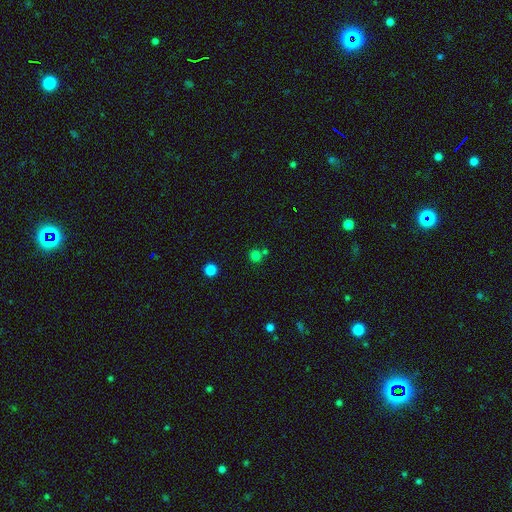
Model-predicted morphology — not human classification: Smooth or featured? Predicted: smooth (p=0.74). How rounded? Predicted: round (p=0.91). Merging? Predicted: none (p=0.71).